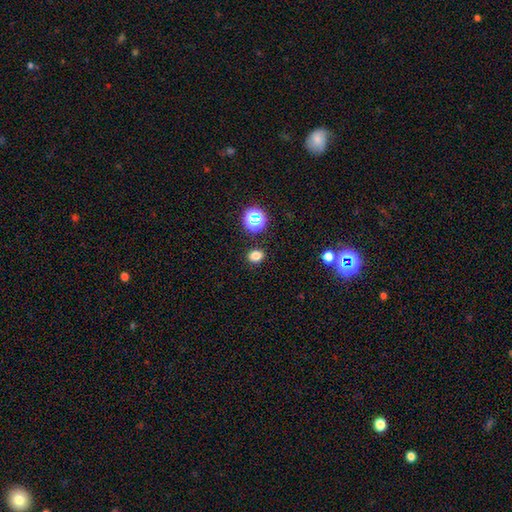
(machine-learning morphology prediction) Overall: smooth (78%). How rounded: round (51%; in between 48%). Merging: none (87%).